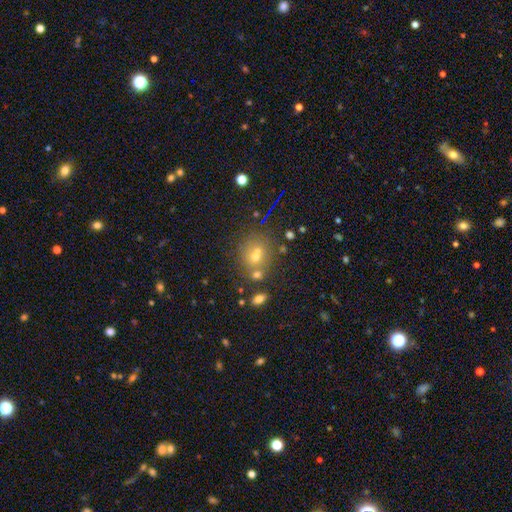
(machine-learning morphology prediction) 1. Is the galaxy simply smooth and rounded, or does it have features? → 53% smooth, 29% star or artifact, 19% featured or disk.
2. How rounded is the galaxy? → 73% round, 26% in between, 1% cigar-shaped.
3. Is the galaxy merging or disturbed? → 57% none, 29% merger, 10% minor disturbance, 4% major disturbance.